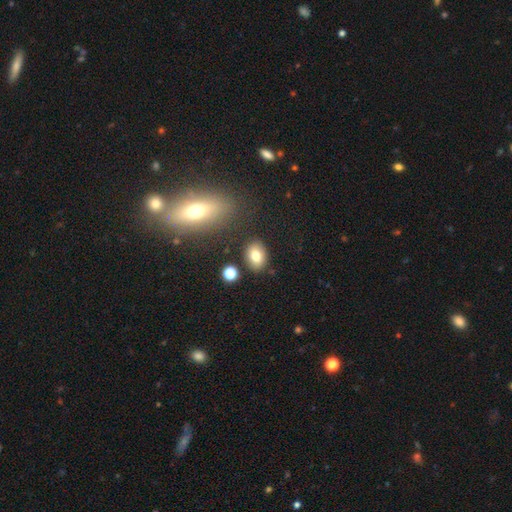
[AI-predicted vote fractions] Smooth or featured: smooth — 78% (featured or disk — 12%)
How rounded: in between — 73% (round — 26%)
Merging: none — 83% (minor disturbance — 10%)